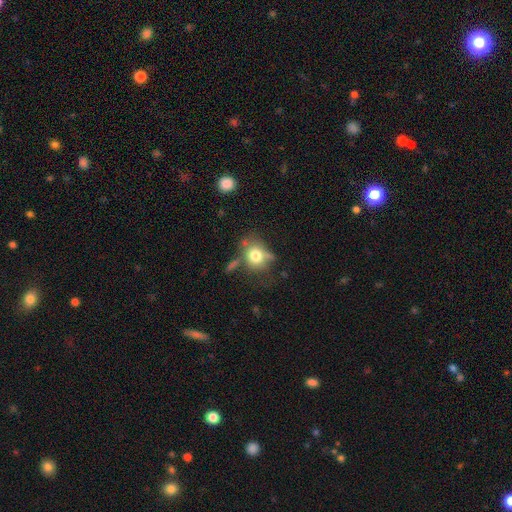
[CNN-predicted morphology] Smooth or featured? smooth (73%)
How rounded? round (65%)
Merging? none (50%)